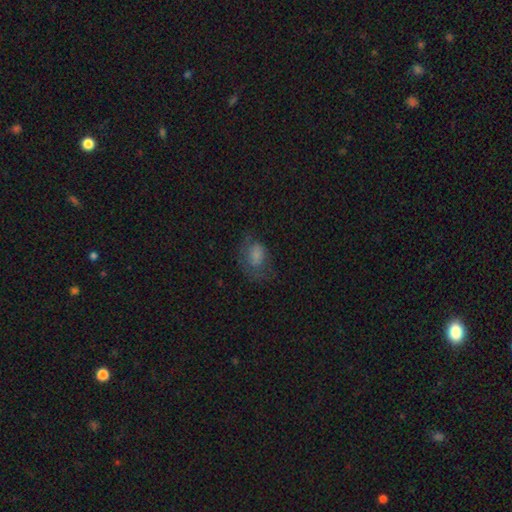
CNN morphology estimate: Smooth or featured?
  - smooth: 64% *
  - featured or disk: 22%
  - star or artifact: 13%
How rounded?
  - in between: 76% *
  - round: 23%
  - cigar-shaped: 1%
Merging?
  - none: 43% *
  - major disturbance: 29%
  - minor disturbance: 25%
  - merger: 2%